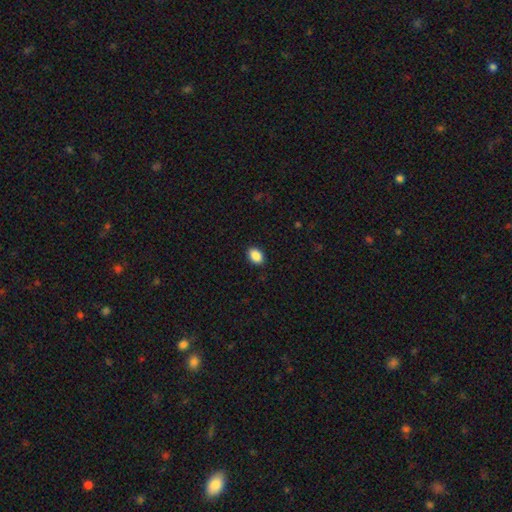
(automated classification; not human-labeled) Q: Smooth or featured?
A: smooth (89%); runner-up: star or artifact (8%)
Q: How rounded?
A: in between (81%); runner-up: round (18%)
Q: Merging?
A: none (90%); runner-up: minor disturbance (7%)